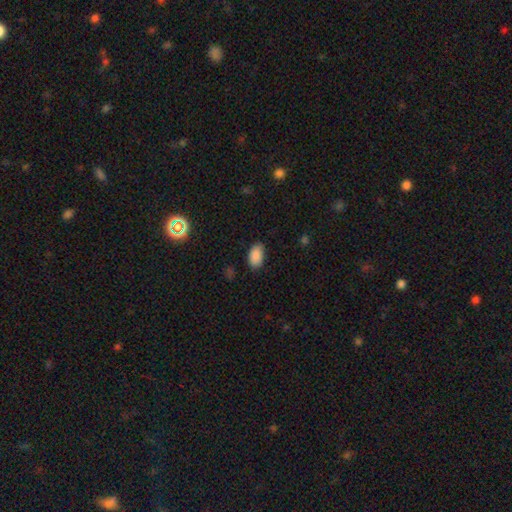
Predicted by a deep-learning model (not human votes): This appears to be a smooth galaxy with no disk features (88%) that is in between round and cigar-shaped (93%). Merging: none (83%).